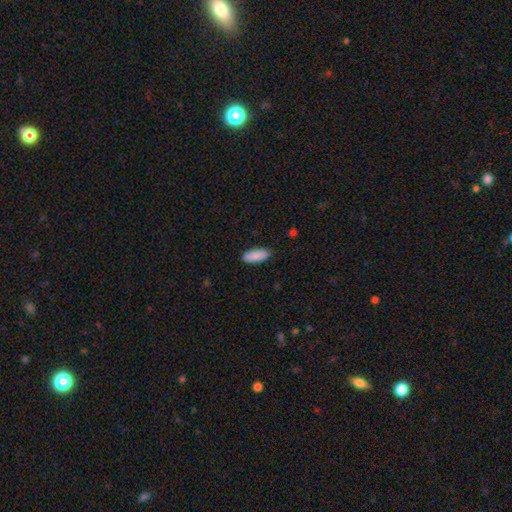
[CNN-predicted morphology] Overall: smooth (88%). How rounded: in between (82%). Merging: none (86%).